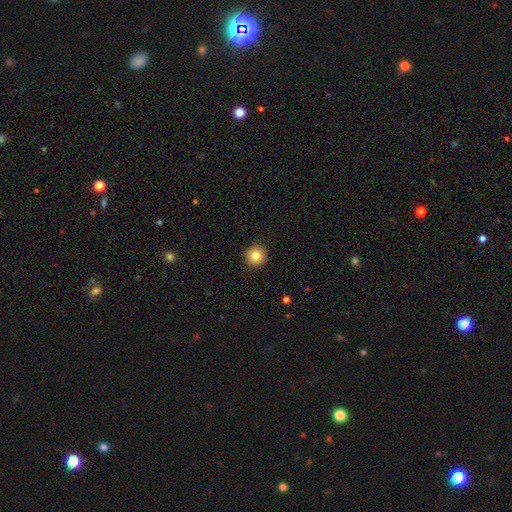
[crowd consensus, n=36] A smooth galaxy with no disk features (92%) that is round (94%). Merging: none (85%).